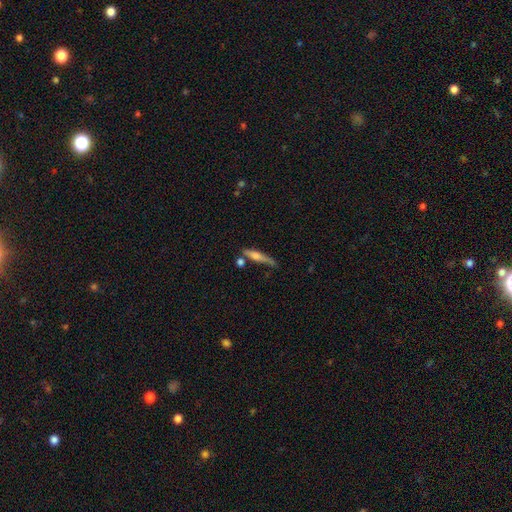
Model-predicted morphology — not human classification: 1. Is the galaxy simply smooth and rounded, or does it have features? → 47% smooth, 45% featured or disk, 7% star or artifact.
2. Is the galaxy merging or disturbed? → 60% none, 22% minor disturbance, 11% merger, 7% major disturbance.